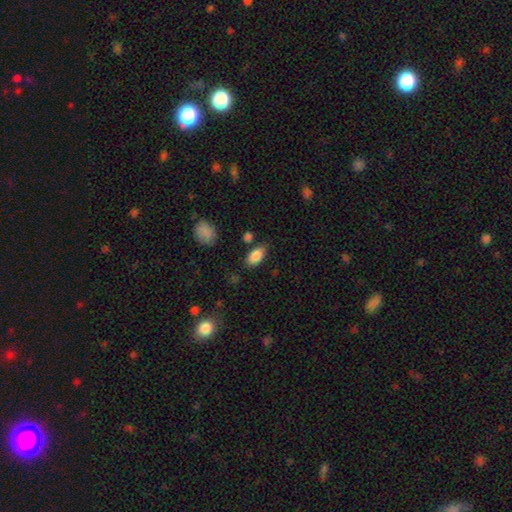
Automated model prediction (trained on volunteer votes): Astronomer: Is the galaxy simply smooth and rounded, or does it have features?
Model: smooth — 87%.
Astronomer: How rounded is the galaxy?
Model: in between — 93%.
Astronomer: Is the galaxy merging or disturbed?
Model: none — 78%.